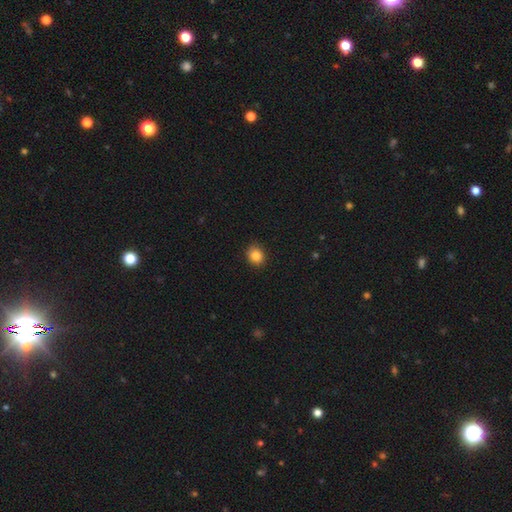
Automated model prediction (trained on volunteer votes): smooth-or-featured: smooth: 85% | star or artifact: 10% | featured or disk: 4%
  how-rounded: round: 71% | in between: 28% | cigar-shaped: 1%
  merging: none: 88% | minor disturbance: 9% | major disturbance: 2% | merger: 1%